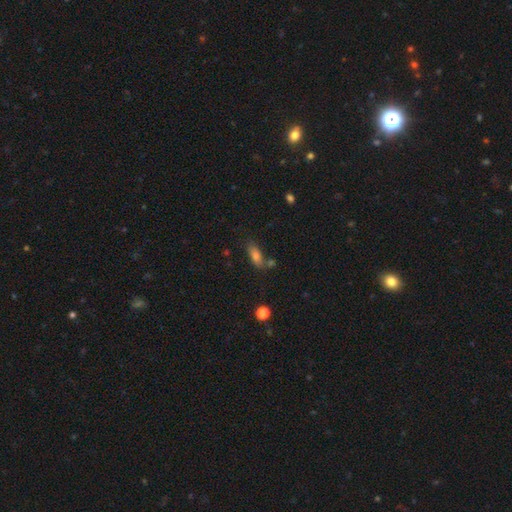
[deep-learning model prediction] Overall: smooth (74%). How rounded: in between (74%). Merging: none (63%).